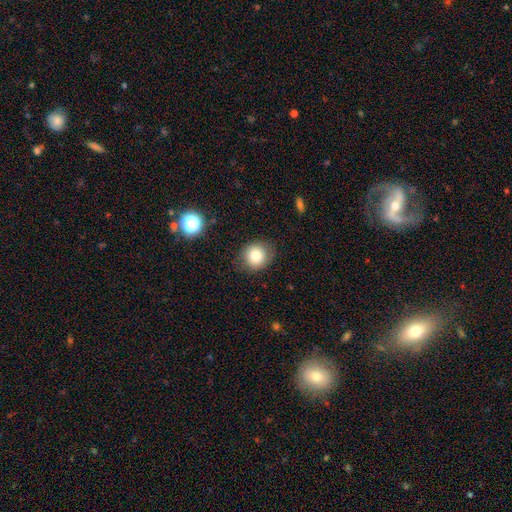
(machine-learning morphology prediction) smooth-or-featured: smooth: 80% | star or artifact: 11% | featured or disk: 9%
  how-rounded: round: 83% | in between: 16% | cigar-shaped: 1%
  merging: none: 82% | minor disturbance: 13% | major disturbance: 4% | merger: 1%